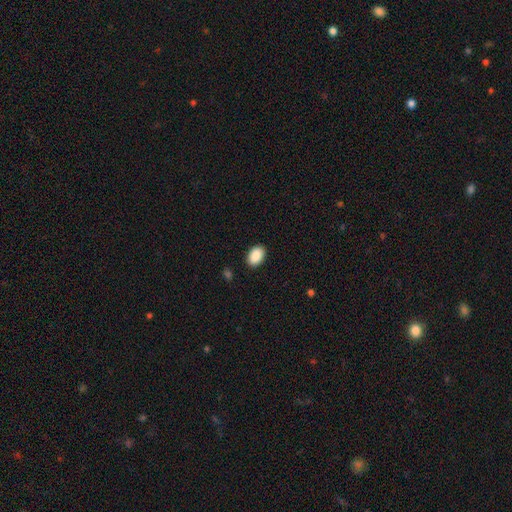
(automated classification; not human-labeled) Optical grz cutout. It shows a smooth galaxy with no disk features (90%) that is in between round and cigar-shaped (88%). Merging: none (89%).